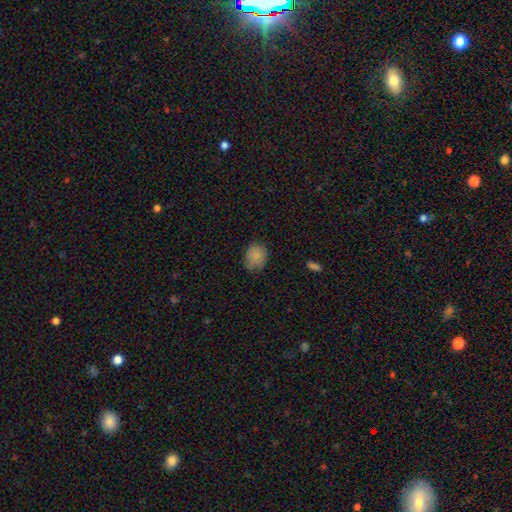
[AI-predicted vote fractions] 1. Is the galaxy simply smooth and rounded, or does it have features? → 84% smooth, 9% star or artifact, 7% featured or disk.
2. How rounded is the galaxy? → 52% round, 47% in between, 1% cigar-shaped.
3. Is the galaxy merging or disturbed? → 71% none, 23% minor disturbance, 5% major disturbance, 1% merger.